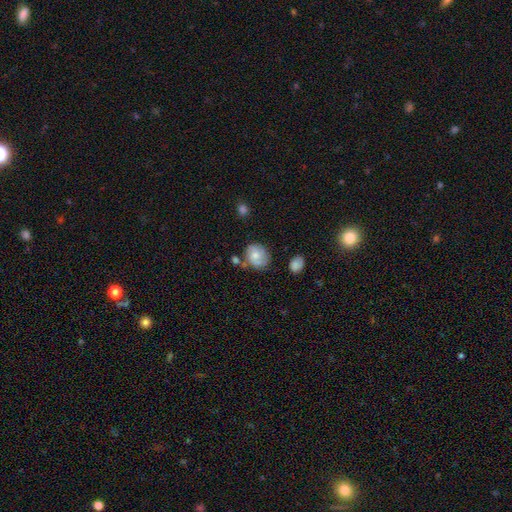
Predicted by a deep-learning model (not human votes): Smooth or featured? Predicted: smooth (p=0.57). How rounded? Predicted: round (p=0.65). Merging? Predicted: none (p=0.63).